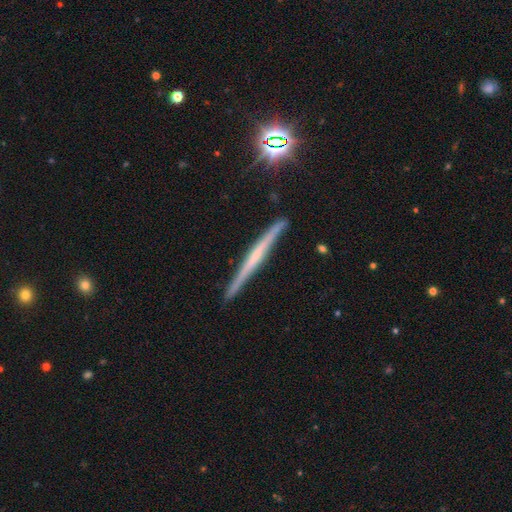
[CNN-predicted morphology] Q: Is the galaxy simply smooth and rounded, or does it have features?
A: featured or disk — 67%.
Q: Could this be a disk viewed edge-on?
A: yes — 98%.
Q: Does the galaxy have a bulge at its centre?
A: none — 60%.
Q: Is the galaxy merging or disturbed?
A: none — 90%.